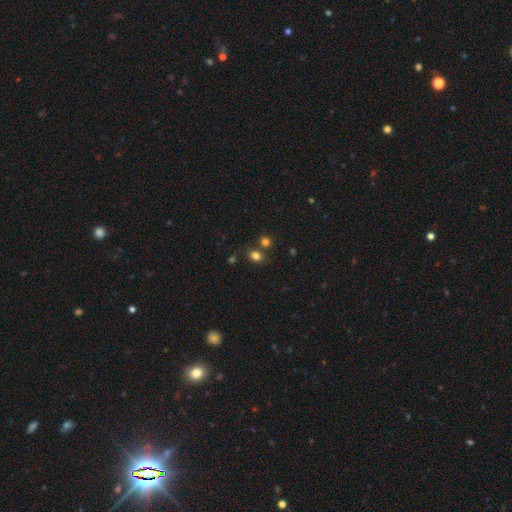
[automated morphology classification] A smooth galaxy with no disk features (78%) that is round (55%).

Vote fractions:
- Smooth or featured? smooth: 78% / star or artifact: 16% / featured or disk: 6%
- How rounded? round: 55% / in between: 44% / cigar-shaped: 1%
- Merging? none: 68% / merger: 17% / minor disturbance: 11% / major disturbance: 4%